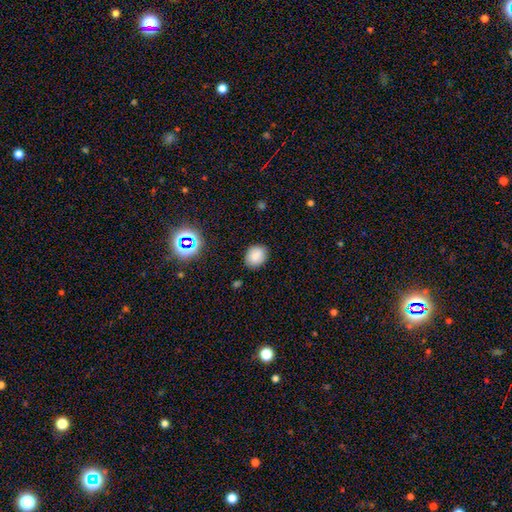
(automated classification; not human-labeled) Smooth or featured? Predicted: smooth (p=0.81). How rounded? Predicted: in between (p=0.50). Merging? Predicted: none (p=0.84).